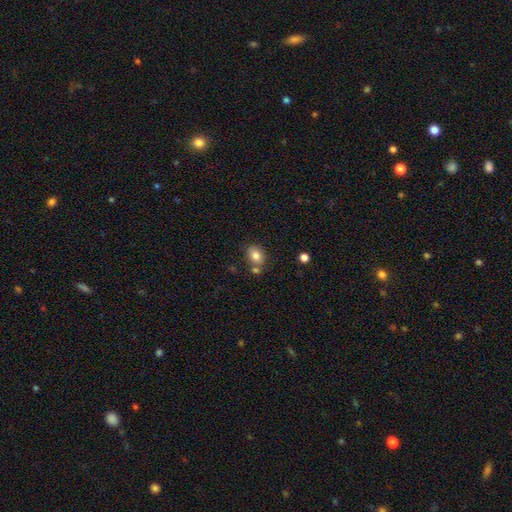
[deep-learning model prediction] Smooth or featured?
  - smooth: 81% *
  - featured or disk: 10%
  - star or artifact: 10%
How rounded?
  - in between: 63% *
  - round: 36%
  - cigar-shaped: 1%
Merging?
  - none: 66% *
  - merger: 17%
  - minor disturbance: 14%
  - major disturbance: 4%